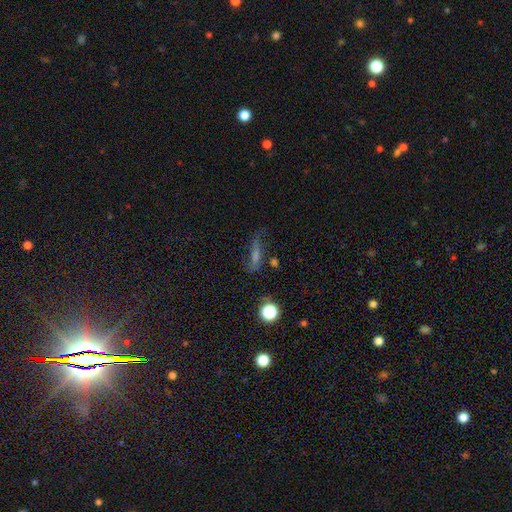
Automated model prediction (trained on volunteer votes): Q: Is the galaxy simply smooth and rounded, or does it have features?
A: featured or disk — 39%.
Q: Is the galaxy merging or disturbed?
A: none — 62%.